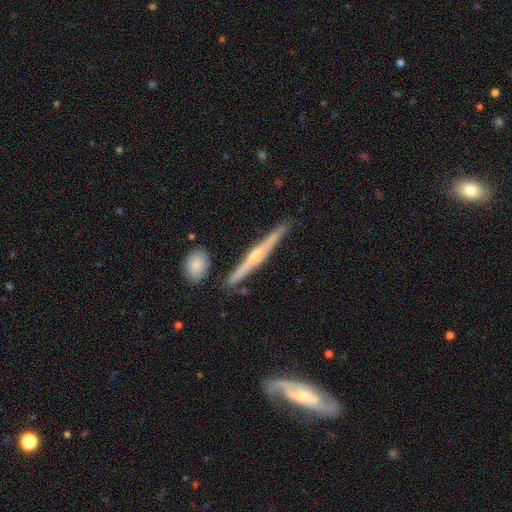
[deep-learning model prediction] This appears to be a featured or disk galaxy (74%) viewed edge-on (98%) with a rounded central bulge (76%). Merging: none (86%).